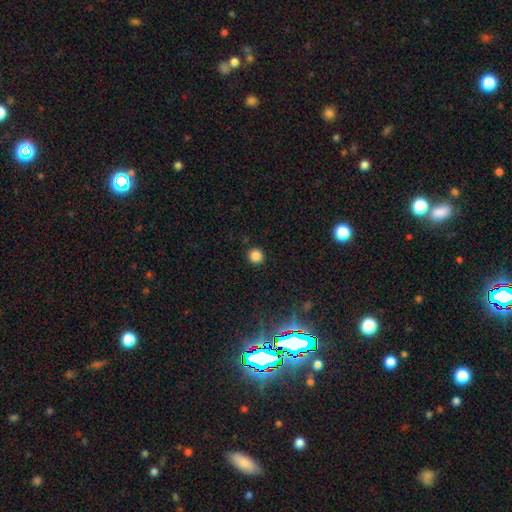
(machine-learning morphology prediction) Smooth or featured? Predicted: smooth (p=0.83). How rounded? Predicted: round (p=0.94). Merging? Predicted: none (p=0.92).